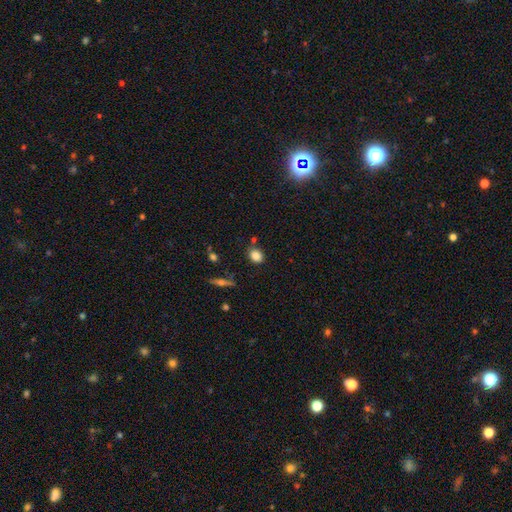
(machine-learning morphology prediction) type=smooth (84%); roundness=in between (52%); merging=none (78%).